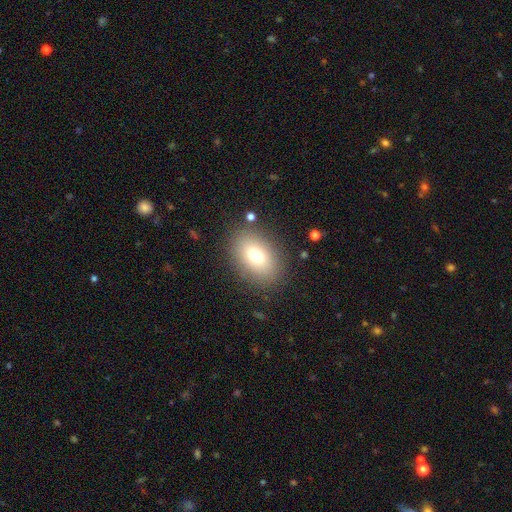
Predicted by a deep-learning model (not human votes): Smooth or featured: smooth — 75% (featured or disk — 14%)
How rounded: in between — 82% (round — 17%)
Merging: none — 84% (minor disturbance — 10%)